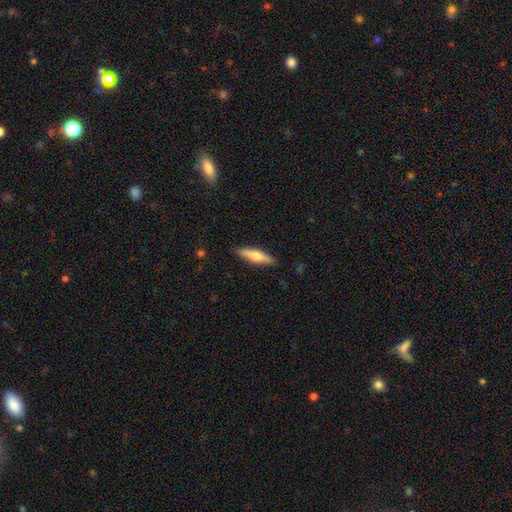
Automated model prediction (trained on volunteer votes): A smooth galaxy with no disk features (56%) that is cigar-shaped (76%).

Vote fractions:
- Smooth or featured? smooth: 56% / featured or disk: 38% / star or artifact: 6%
- How rounded? cigar-shaped: 76% / in between: 23% / round: 2%
- Merging? none: 89% / minor disturbance: 9% / major disturbance: 2% / merger: 1%